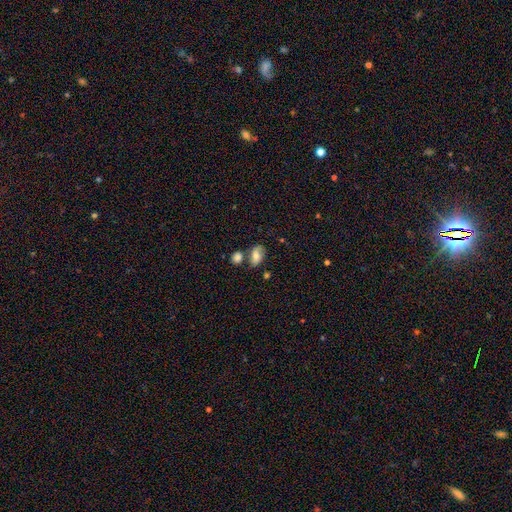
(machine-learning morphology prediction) This is likely a smooth galaxy (61%). How rounded: clearly in between (82%). Merging: possibly none (55%).